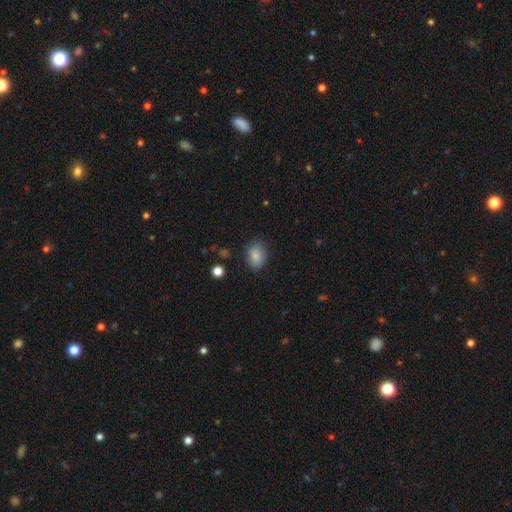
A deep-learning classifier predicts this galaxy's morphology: Smooth or featured? smooth (84%)
How rounded? in between (77%)
Merging? none (82%)